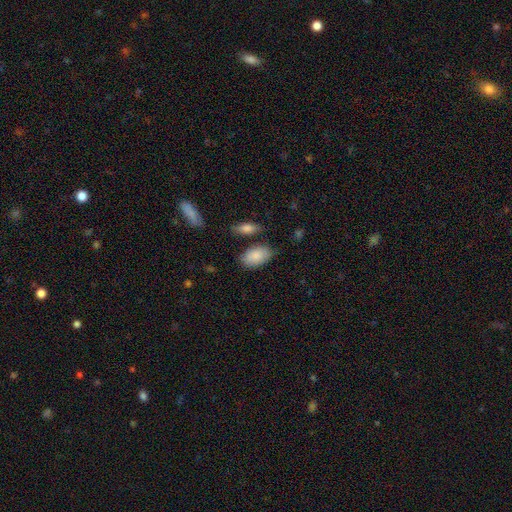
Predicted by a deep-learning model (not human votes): smooth 87%, featured or disk 8%, star or artifact 6%. Down the decision tree: how rounded — in between (93%); merging — none (75%).